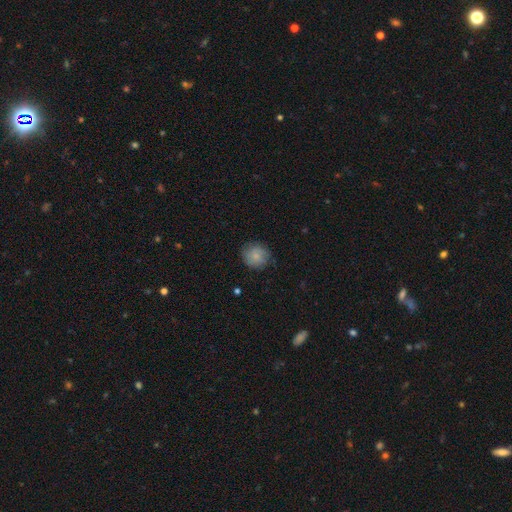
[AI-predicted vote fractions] Overall: smooth (80%). How rounded: round (87%). Merging: none (79%).